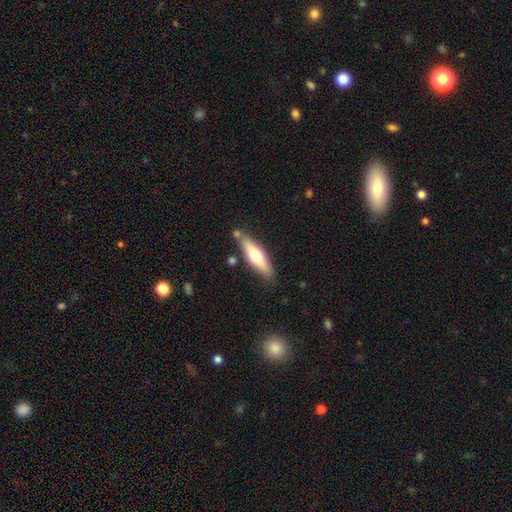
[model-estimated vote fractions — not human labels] Smooth or featured?
  - smooth: 53% *
  - featured or disk: 42%
  - star or artifact: 5%
How rounded?
  - cigar-shaped: 68% *
  - in between: 30%
  - round: 2%
Merging?
  - none: 77% *
  - minor disturbance: 14%
  - merger: 7%
  - major disturbance: 3%